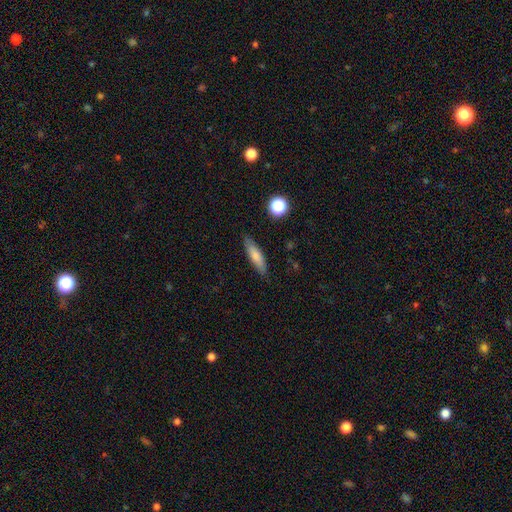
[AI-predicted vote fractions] This appears to be a smooth galaxy with no disk features (75%) that is cigar-shaped (68%). Merging: none (85%).